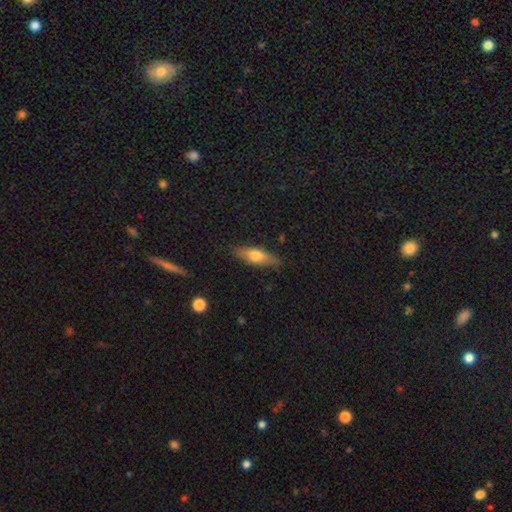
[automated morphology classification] smooth_or_featured: smooth (p=0.63) [alt: featured or disk p=0.31]
how_rounded: in between (p=0.55) [alt: cigar-shaped p=0.42]
merging: none (p=0.83) [alt: minor disturbance p=0.13]